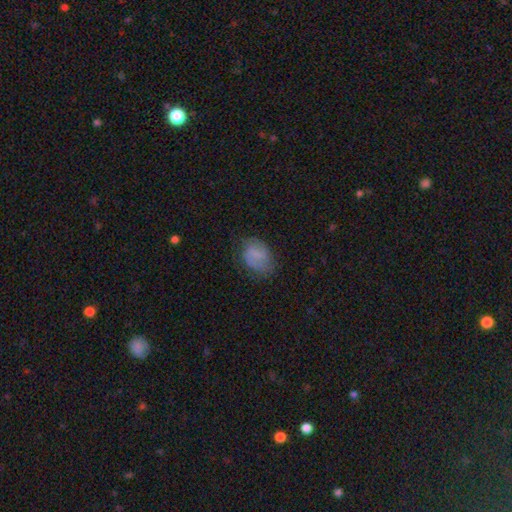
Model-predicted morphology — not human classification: Smooth or featured? Predicted: smooth (p=0.56). How rounded? Predicted: in between (p=0.72). Merging? Predicted: none (p=0.63).